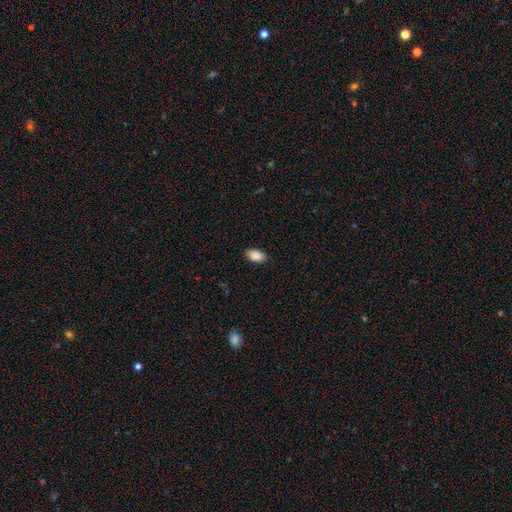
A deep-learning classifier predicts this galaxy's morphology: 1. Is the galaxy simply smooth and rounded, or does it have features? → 90% smooth, 7% star or artifact, 3% featured or disk.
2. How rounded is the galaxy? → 93% in between, 5% round, 2% cigar-shaped.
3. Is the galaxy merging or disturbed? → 86% none, 11% minor disturbance, 2% major disturbance, 1% merger.